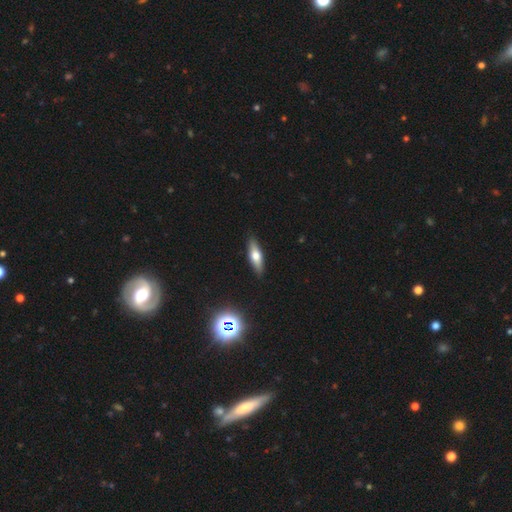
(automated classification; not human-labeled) Smooth or featured? smooth (54%)
How rounded? cigar-shaped (52%)
Merging? none (89%)